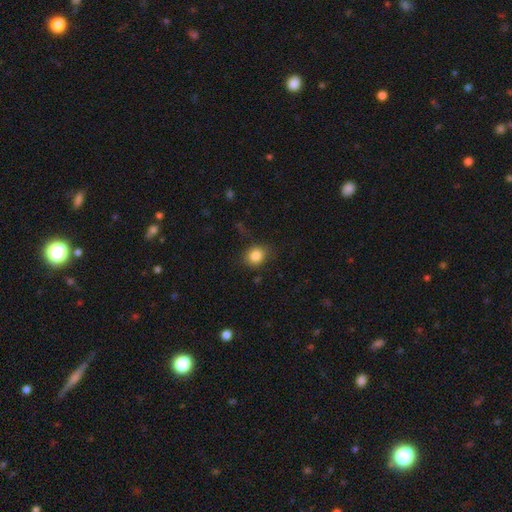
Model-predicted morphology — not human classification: type=smooth (84%); roundness=round (67%); merging=none (79%).